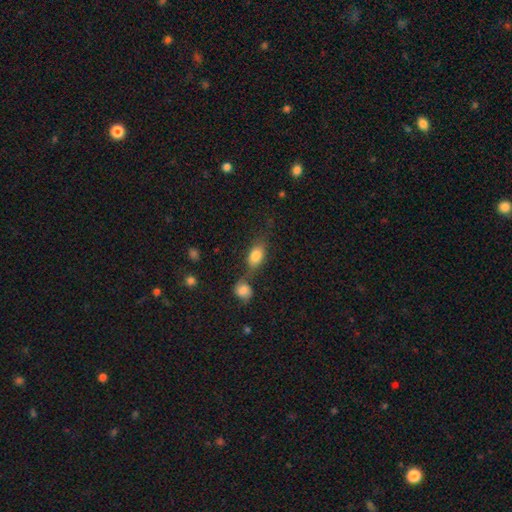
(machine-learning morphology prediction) This is clearly a smooth galaxy (81%). How rounded: clearly in between (81%). Merging: marginally none (45%).